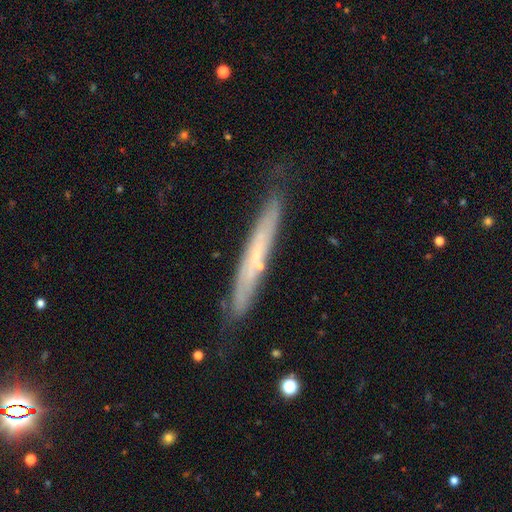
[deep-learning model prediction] A featured or disk galaxy (57%) viewed edge-on (81%). Merging: none (78%).